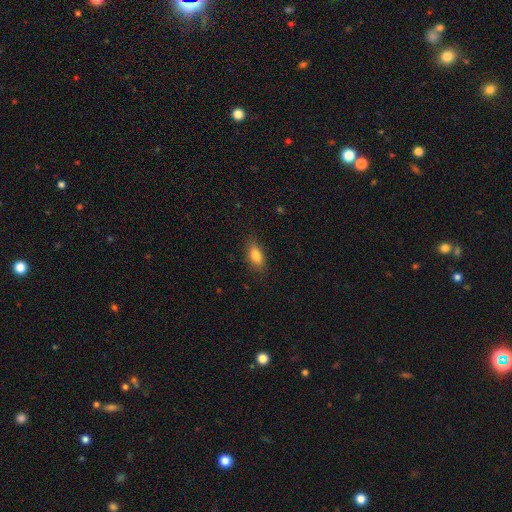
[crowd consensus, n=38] smooth_or_featured: smooth (p=0.76) [alt: featured or disk p=0.18]
how_rounded: in between (p=0.97) [alt: round p=0.03]
merging: none (p=0.86) [alt: minor disturbance p=0.11]